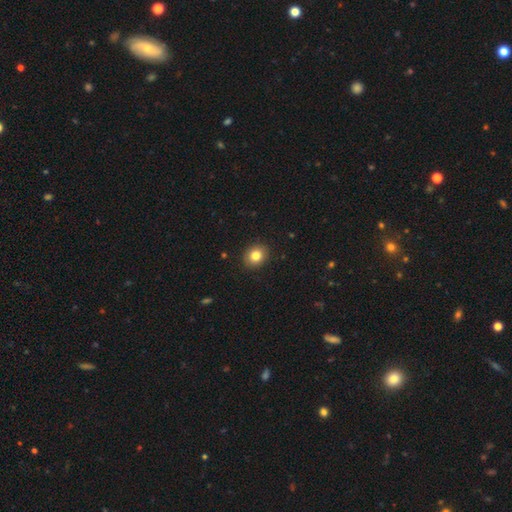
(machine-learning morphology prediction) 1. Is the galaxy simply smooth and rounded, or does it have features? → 83% smooth, 10% star or artifact, 7% featured or disk.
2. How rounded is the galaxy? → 64% round, 35% in between, 1% cigar-shaped.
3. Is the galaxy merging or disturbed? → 90% none, 7% minor disturbance, 2% major disturbance, 1% merger.